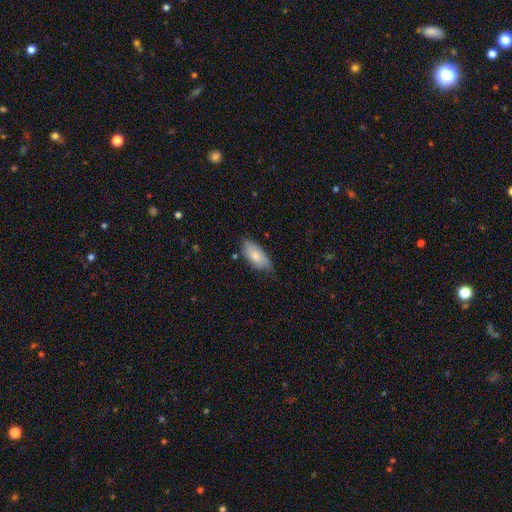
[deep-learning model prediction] A smooth galaxy with no disk features (78%) that is in between round and cigar-shaped (88%). Merging: none (61%).